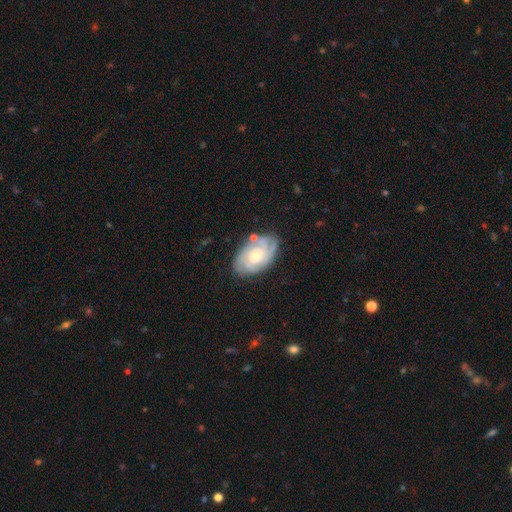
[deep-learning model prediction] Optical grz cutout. It shows a featured or disk galaxy (73%) with no bar (73%), tight (63%) spiral arms (92%) and a small central bulge (47%, tied with moderate). Merging: none (70%).